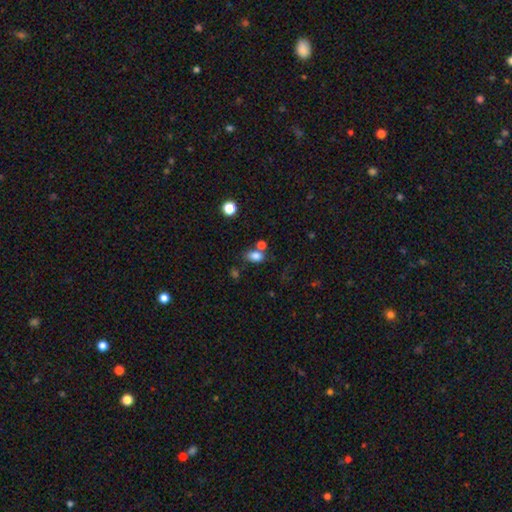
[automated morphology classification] type=smooth (82%); roundness=in between (82%); merging=none (58%).